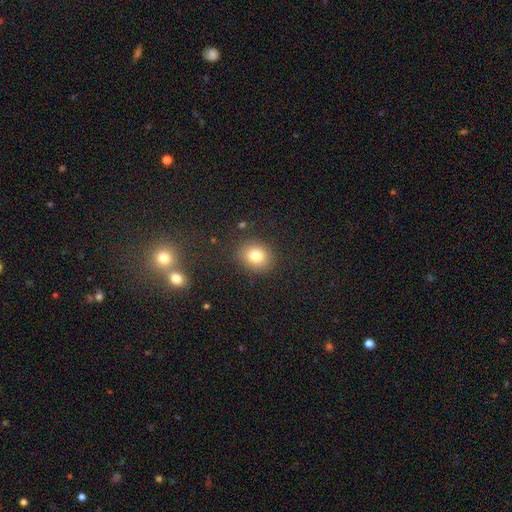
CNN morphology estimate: type=smooth (79%); roundness=round (69%); merging=none (86%).